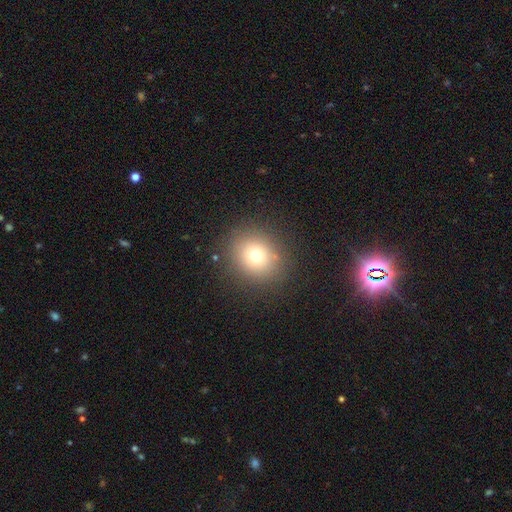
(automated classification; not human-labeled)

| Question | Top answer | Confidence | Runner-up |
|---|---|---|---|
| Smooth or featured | smooth | 71% | star or artifact (18%) |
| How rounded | round | 80% | in between (19%) |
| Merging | none | 86% | minor disturbance (8%) |